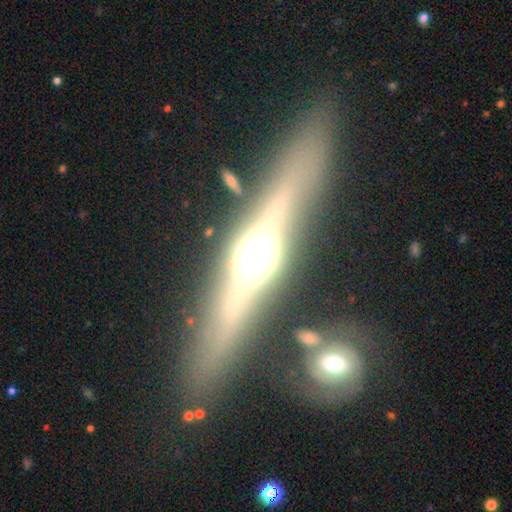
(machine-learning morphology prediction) Overall: featured or disk (76%). Edge-on disk: yes (94%). Edge-on bulge: rounded (87%). Merging: none (82%).